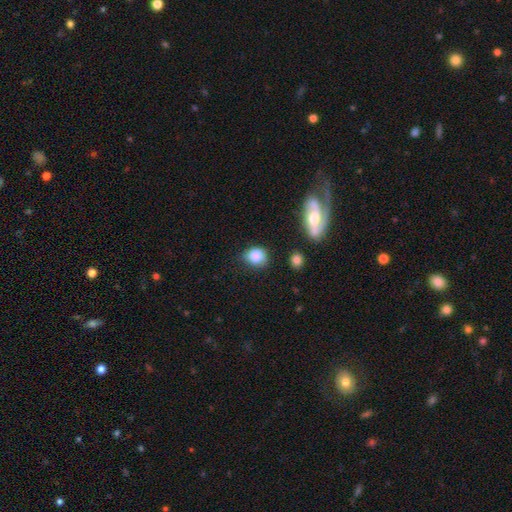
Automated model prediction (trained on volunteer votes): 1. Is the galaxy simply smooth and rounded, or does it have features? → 83% smooth, 9% star or artifact, 7% featured or disk.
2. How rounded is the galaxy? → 68% round, 31% in between, 1% cigar-shaped.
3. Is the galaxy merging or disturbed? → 66% none, 25% minor disturbance, 6% major disturbance, 4% merger.